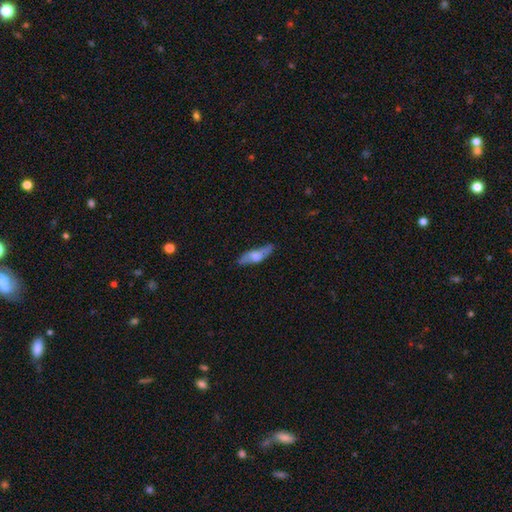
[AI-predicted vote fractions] smooth 58%, featured or disk 36%, star or artifact 7%. Down the decision tree: how rounded — cigar-shaped (53%); merging — none (69%).